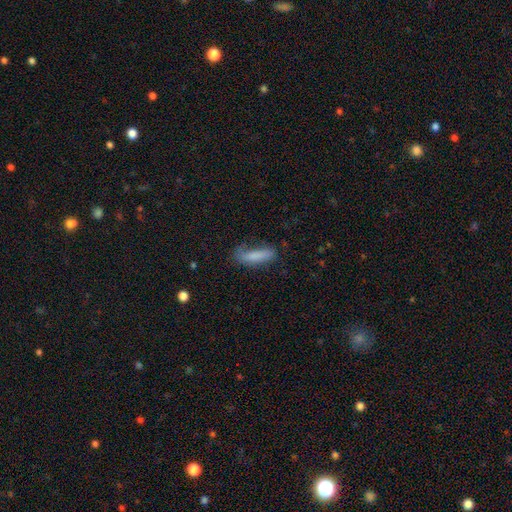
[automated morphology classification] smooth-or-featured: smooth: 79% | featured or disk: 13% | star or artifact: 8%
  how-rounded: cigar-shaped: 67% | in between: 31% | round: 2%
  merging: none: 57% | minor disturbance: 27% | major disturbance: 13% | merger: 3%